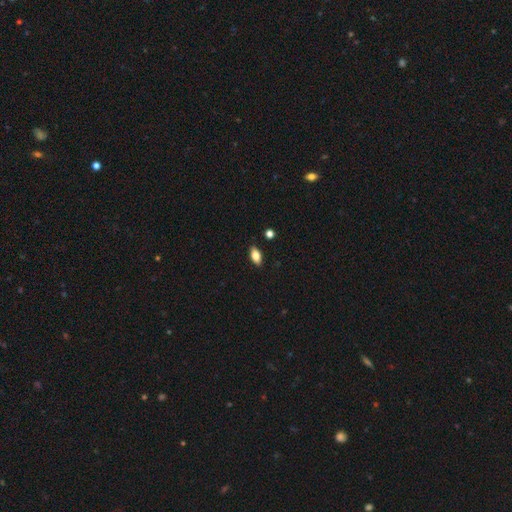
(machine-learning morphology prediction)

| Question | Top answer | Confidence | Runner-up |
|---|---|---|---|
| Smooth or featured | smooth | 76% | featured or disk (16%) |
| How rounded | in between | 88% | cigar-shaped (8%) |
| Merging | none | 87% | minor disturbance (10%) |